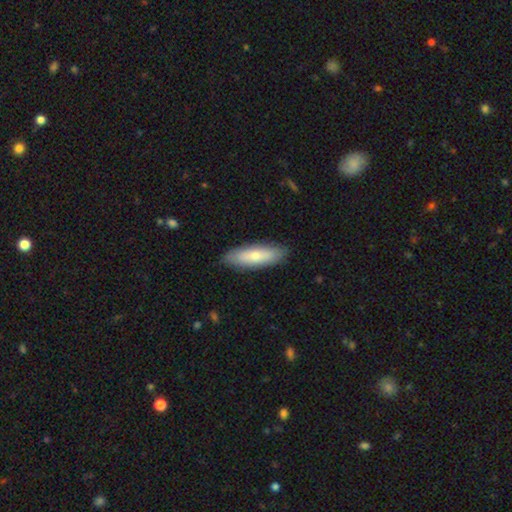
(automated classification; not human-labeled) The model was most divided on "how rounded": cigar-shaped: 52%, in between: 46%, round: 2%. More confident: merging — none (87%); smooth or featured — smooth (69%).